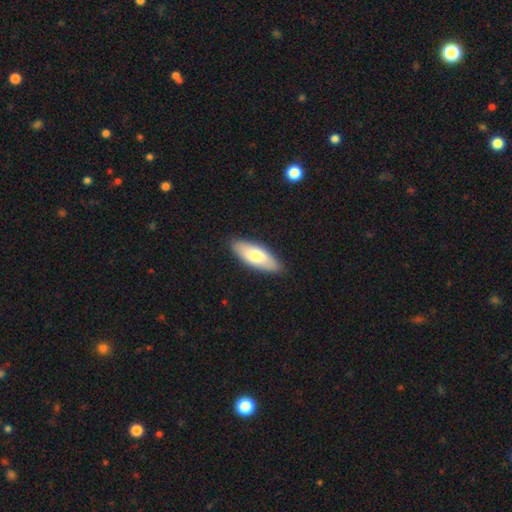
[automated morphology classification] Smooth or featured? Predicted: smooth (p=0.70). How rounded? Predicted: in between (p=0.77). Merging? Predicted: none (p=0.87).